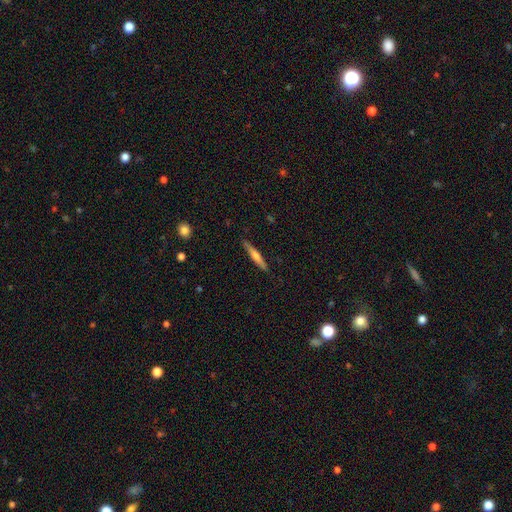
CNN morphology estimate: Smooth or featured? featured or disk (51%)
Edge-on disk? yes (97%)
Merging? none (89%)